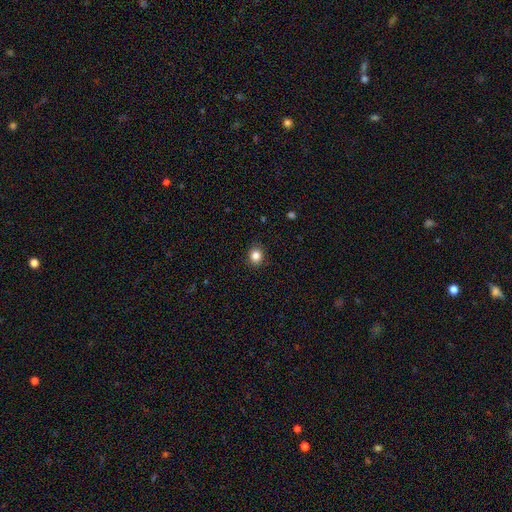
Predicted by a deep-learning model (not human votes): This is clearly a smooth galaxy (84%). How rounded: likely round (76%). Merging: clearly none (90%).